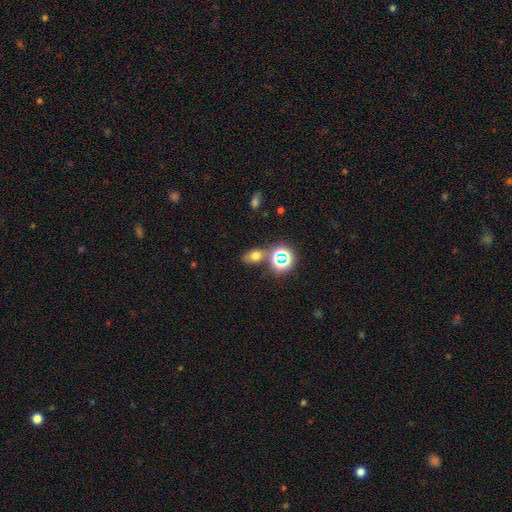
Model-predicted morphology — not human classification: type=smooth (63%); roundness=in between (73%); merging=none (70%).